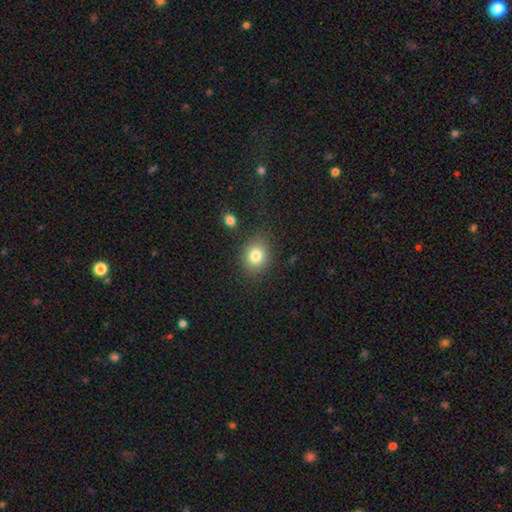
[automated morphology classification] Smooth or featured?
  - smooth: 81% *
  - star or artifact: 11%
  - featured or disk: 8%
How rounded?
  - round: 61% *
  - in between: 38%
  - cigar-shaped: 1%
Merging?
  - none: 82% *
  - minor disturbance: 11%
  - major disturbance: 4%
  - merger: 3%